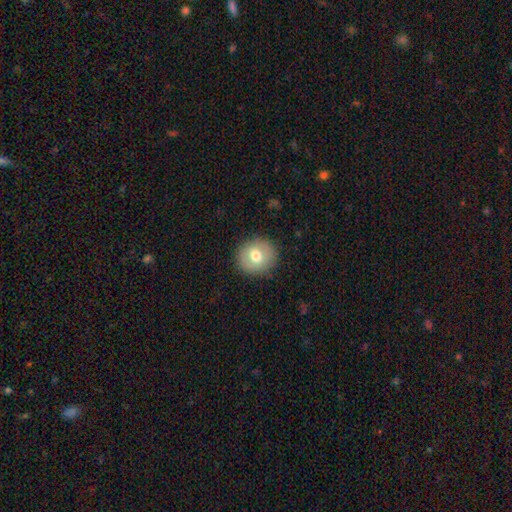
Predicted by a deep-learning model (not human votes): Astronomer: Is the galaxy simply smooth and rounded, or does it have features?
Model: smooth — 70%.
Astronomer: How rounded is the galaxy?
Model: round — 82%.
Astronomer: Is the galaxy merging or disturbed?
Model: none — 88%.